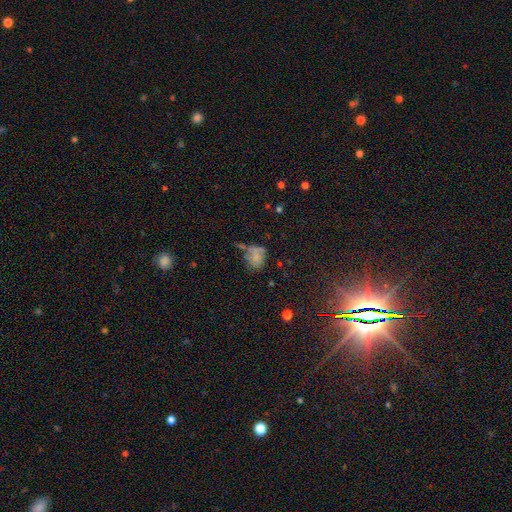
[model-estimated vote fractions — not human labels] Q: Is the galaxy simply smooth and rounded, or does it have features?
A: smooth — 63%.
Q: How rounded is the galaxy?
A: in between — 52%.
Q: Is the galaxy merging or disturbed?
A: none — 37%.